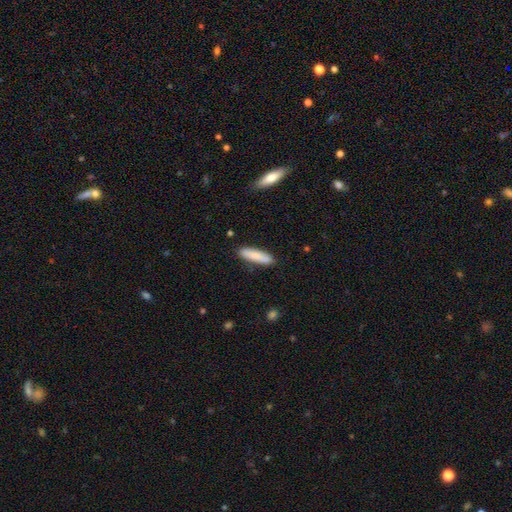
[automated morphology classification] A smooth galaxy with no disk features (84%) that is cigar-shaped (76%). Merging: none (87%).